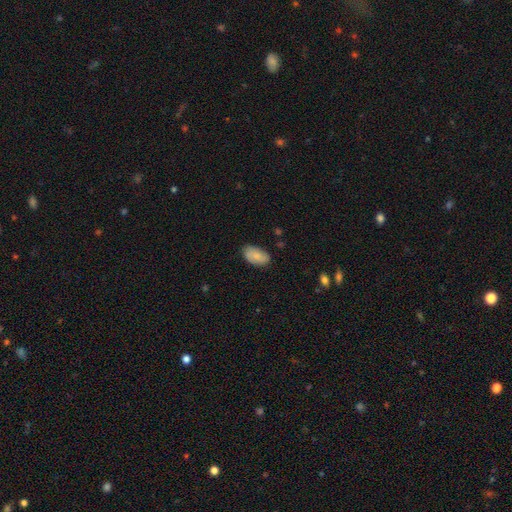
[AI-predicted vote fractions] smooth 76%, featured or disk 17%, star or artifact 7%. Down the decision tree: how rounded — in between (93%); merging — none (79%).